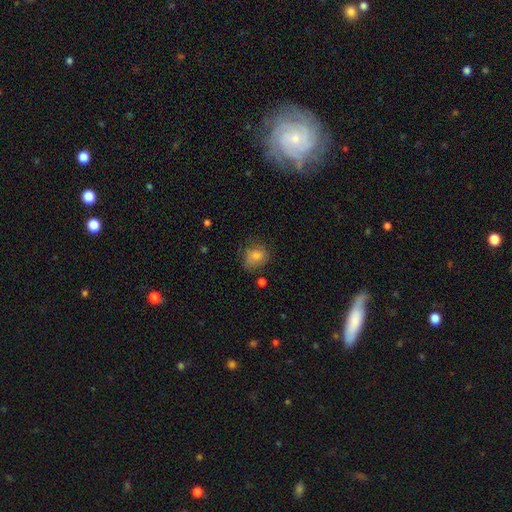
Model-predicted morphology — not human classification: Smooth or featured?
  - smooth: 75% *
  - featured or disk: 13%
  - star or artifact: 12%
How rounded?
  - round: 55% *
  - in between: 44%
  - cigar-shaped: 1%
Merging?
  - none: 61% *
  - minor disturbance: 26%
  - major disturbance: 10%
  - merger: 3%